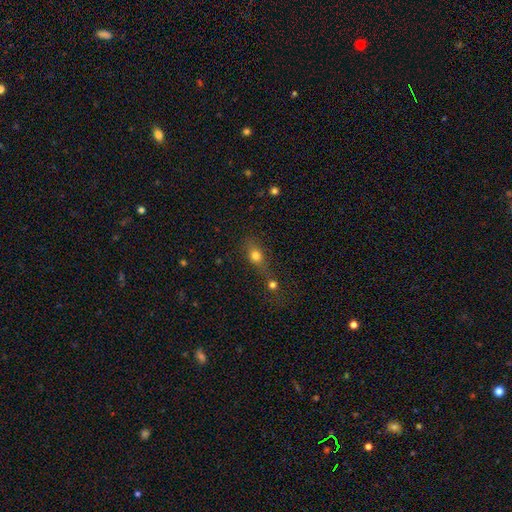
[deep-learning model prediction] A smooth galaxy with no disk features (74%) that is round (49%). Merging: none (42%).